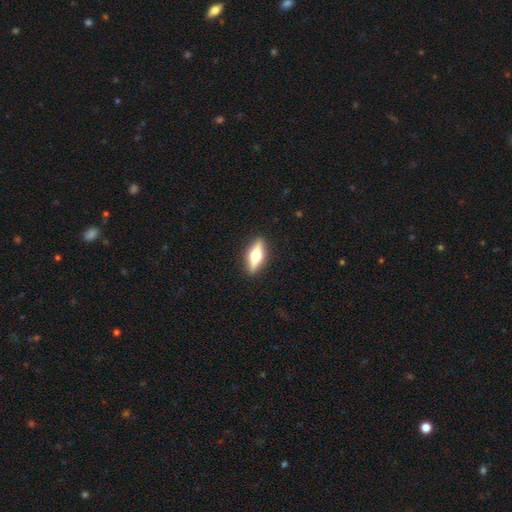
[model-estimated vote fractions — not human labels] Smooth or featured? Predicted: featured or disk (p=0.57). Edge-on disk? Predicted: yes (p=0.93). Edge-on bulge? Predicted: rounded (p=0.95). Merging? Predicted: none (p=0.90).